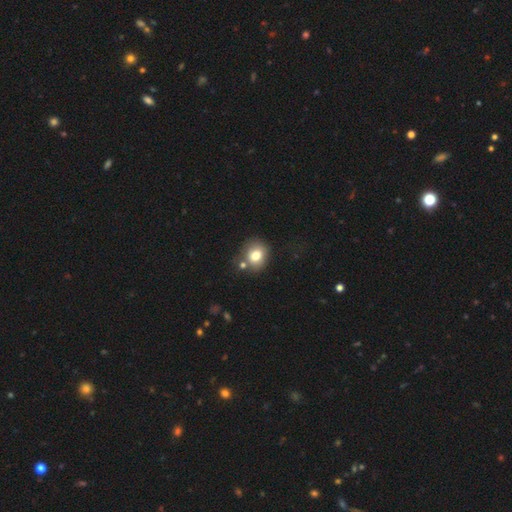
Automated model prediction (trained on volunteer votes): Smooth or featured: smooth — 76% (featured or disk — 13%)
How rounded: round — 70% (in between — 30%)
Merging: none — 65% (merger — 15%)